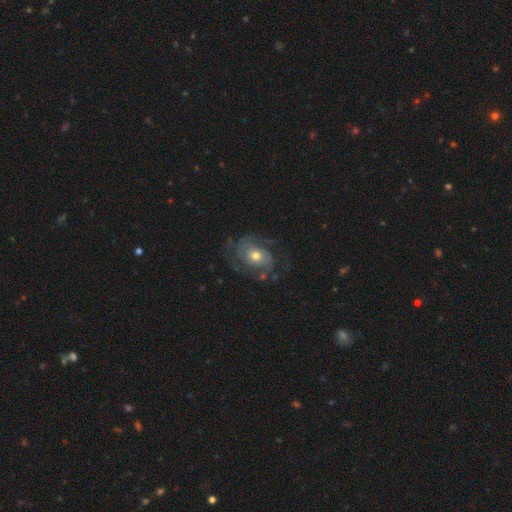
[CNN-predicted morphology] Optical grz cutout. It shows a featured or disk galaxy (71%) with no bar (78%), 2 (48%) tight (41%) spiral arms (83%) and a moderate central bulge (66%). Merging: none (60%).